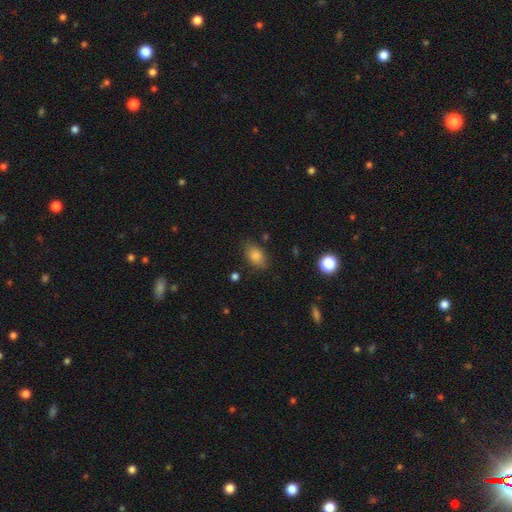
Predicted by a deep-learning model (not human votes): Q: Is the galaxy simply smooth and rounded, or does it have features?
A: smooth — 85%.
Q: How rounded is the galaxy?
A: in between — 86%.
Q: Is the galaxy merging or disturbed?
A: none — 79%.